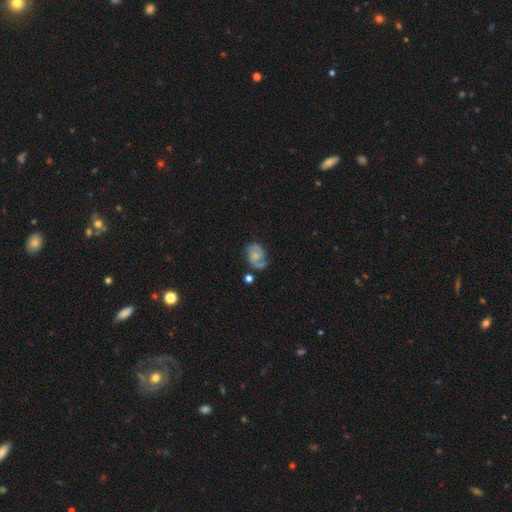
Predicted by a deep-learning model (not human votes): A featured or disk galaxy (65%) with no bar (71%), 2 (62%) medium (43%) spiral arms (87%) and a small central bulge (55%). Merging: none (53%).